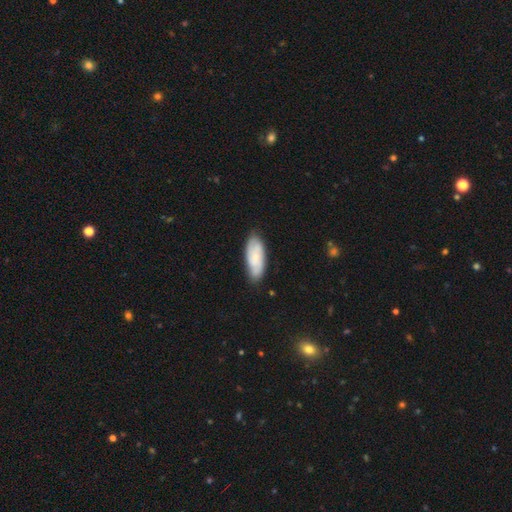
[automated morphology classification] smooth 57%, featured or disk 36%, star or artifact 6%. Down the decision tree: how rounded — in between (79%); merging — none (78%).